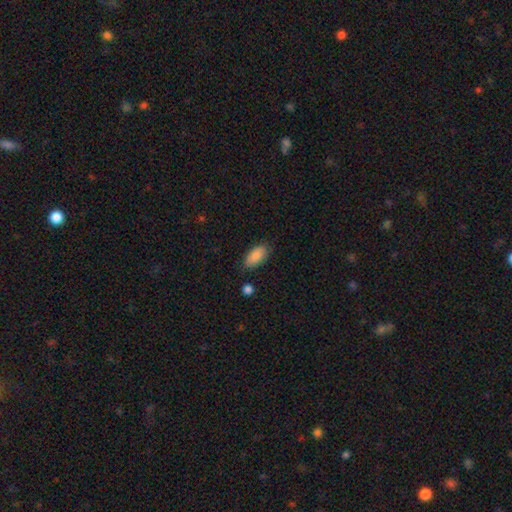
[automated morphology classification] This appears to be a smooth galaxy with no disk features (89%) that is in between round and cigar-shaped (91%). Merging: none (81%).